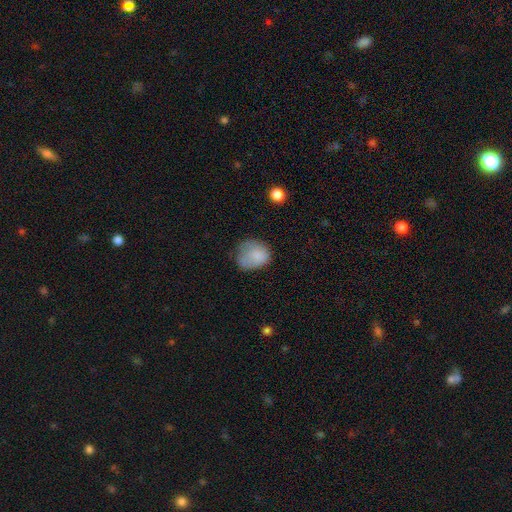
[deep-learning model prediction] Smooth or featured? Predicted: smooth (p=0.80). How rounded? Predicted: round (p=0.59). Merging? Predicted: none (p=0.40).